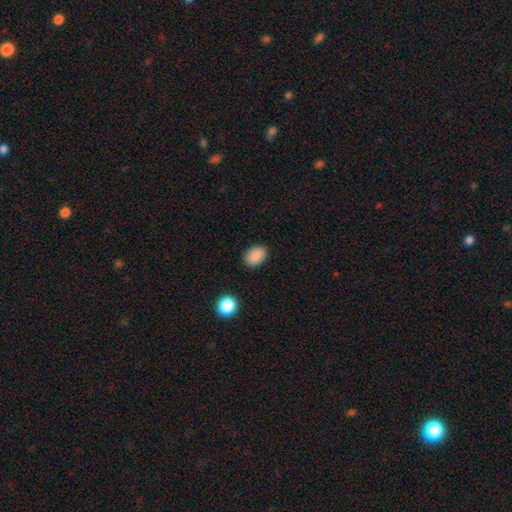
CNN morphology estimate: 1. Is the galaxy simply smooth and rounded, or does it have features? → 89% smooth, 8% star or artifact, 4% featured or disk.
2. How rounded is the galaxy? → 83% in between, 16% round, 1% cigar-shaped.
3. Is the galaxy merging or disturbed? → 87% none, 9% minor disturbance, 2% major disturbance, 1% merger.